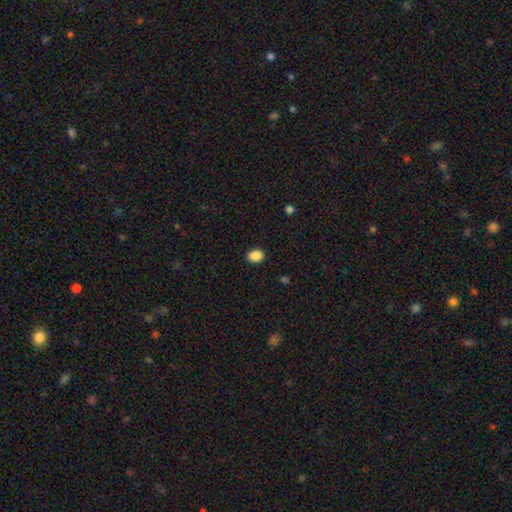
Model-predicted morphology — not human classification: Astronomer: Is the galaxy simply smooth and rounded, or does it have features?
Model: smooth — 89%.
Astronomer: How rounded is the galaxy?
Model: in between — 65%.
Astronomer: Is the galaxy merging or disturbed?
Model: none — 89%.